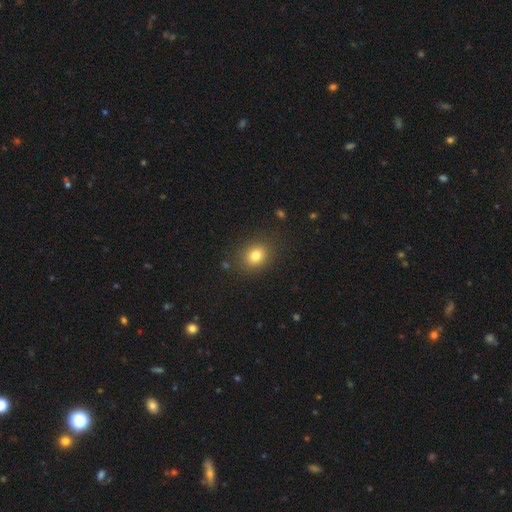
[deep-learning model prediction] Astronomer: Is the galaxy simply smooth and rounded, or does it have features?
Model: smooth — 79%.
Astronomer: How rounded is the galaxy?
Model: round — 59% (runner-up: in between, 40%).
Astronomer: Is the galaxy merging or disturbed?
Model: none — 85%.